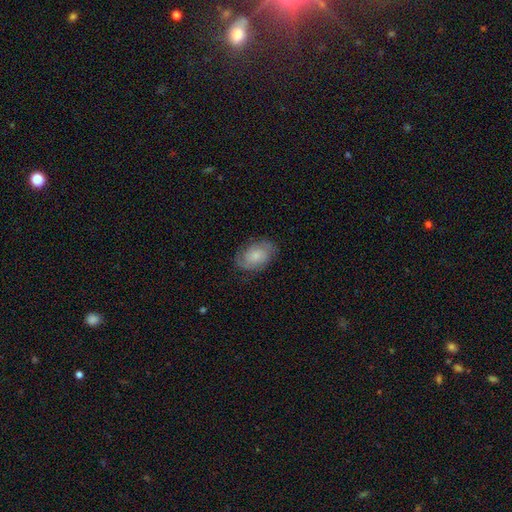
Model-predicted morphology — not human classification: This is possibly a featured or disk galaxy (58%). It is clearly not viewed edge-on (96%). Bar: likely no (72%). Spiral arm pattern: clearly yes (89%). Central bulge: possibly small (48%). Merging: likely none (78%).